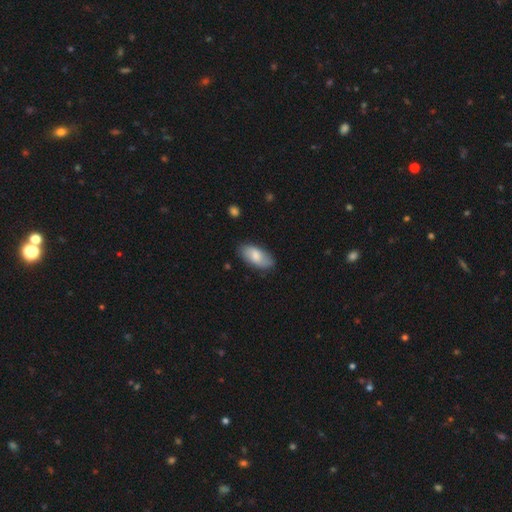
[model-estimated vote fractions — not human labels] smooth 77%, featured or disk 18%, star or artifact 6%. Down the decision tree: how rounded — in between (92%); merging — none (82%).